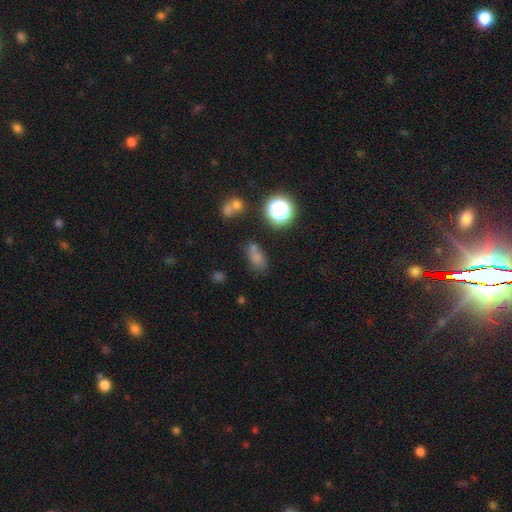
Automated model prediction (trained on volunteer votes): Q: Smooth or featured?
A: smooth (67%); runner-up: star or artifact (22%)
Q: How rounded?
A: in between (72%); runner-up: round (23%)
Q: Merging?
A: none (51%); runner-up: merger (23%)